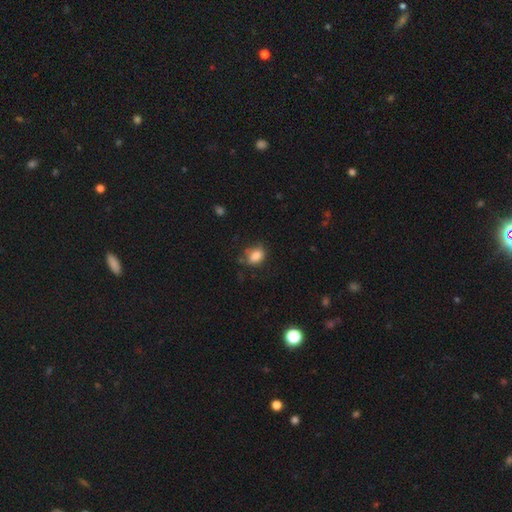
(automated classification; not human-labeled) Overall: smooth (83%). How rounded: in between (70%). Merging: none (64%; minor disturbance 26%).